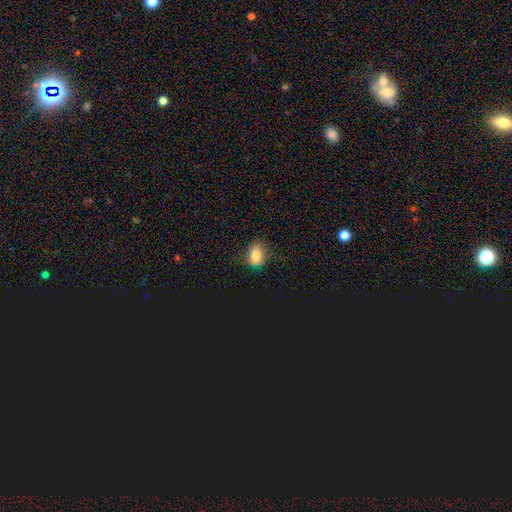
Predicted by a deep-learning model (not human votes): This appears to be a smooth galaxy with no disk features (79%) that is in between round and cigar-shaped (69%). Merging: none (70%).